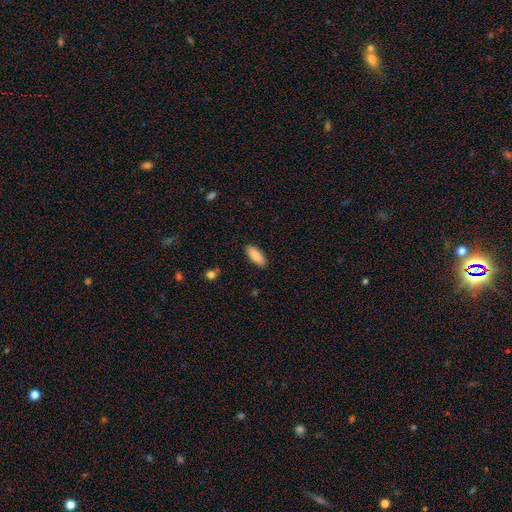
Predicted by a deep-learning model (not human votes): Smooth or featured?
  - smooth: 86% *
  - featured or disk: 8%
  - star or artifact: 6%
How rounded?
  - in between: 81% *
  - cigar-shaped: 17%
  - round: 2%
Merging?
  - none: 88% *
  - minor disturbance: 9%
  - major disturbance: 2%
  - merger: 1%